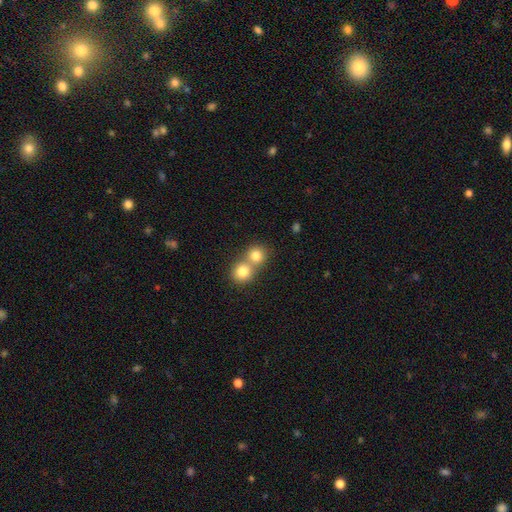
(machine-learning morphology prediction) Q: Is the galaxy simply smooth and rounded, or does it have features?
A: smooth — 80%.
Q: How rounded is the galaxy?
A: round — 85%.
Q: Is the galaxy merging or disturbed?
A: merger — 56%.